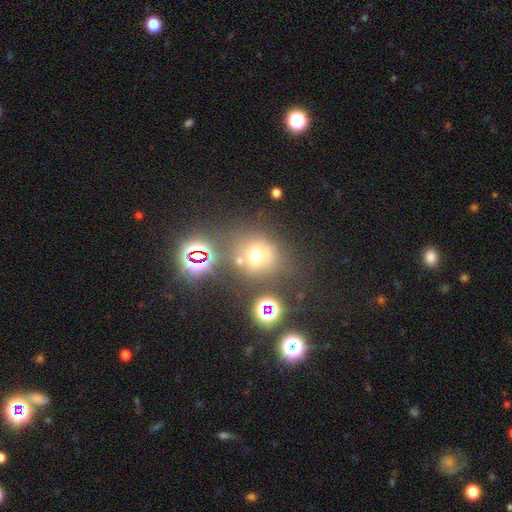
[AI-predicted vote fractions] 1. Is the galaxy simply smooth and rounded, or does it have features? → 57% smooth, 29% star or artifact, 14% featured or disk.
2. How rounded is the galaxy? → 79% round, 20% in between, 1% cigar-shaped.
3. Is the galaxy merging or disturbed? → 64% none, 15% merger, 14% minor disturbance, 8% major disturbance.